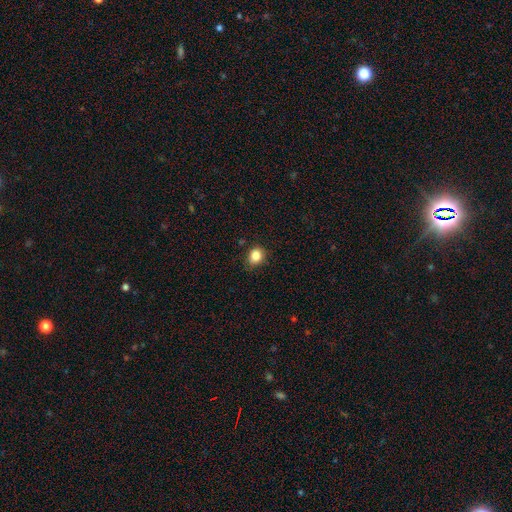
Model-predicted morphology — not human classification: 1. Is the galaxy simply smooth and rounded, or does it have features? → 85% smooth, 11% star or artifact, 5% featured or disk.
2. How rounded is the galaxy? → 62% round, 37% in between, 1% cigar-shaped.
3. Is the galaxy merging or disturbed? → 81% none, 15% minor disturbance, 3% major disturbance, 1% merger.